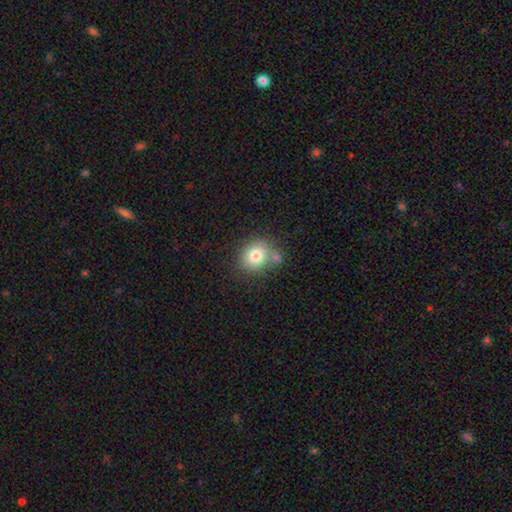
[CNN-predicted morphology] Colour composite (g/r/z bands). It shows a smooth galaxy with no disk features (79%) that is round (72%). Merging: none (58%).